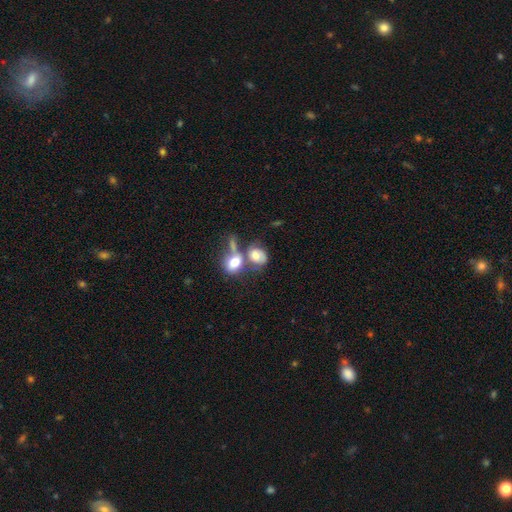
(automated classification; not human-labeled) Smooth or featured? Predicted: smooth (p=0.60). How rounded? Predicted: in between (p=0.57). Merging? Predicted: merger (p=0.55).